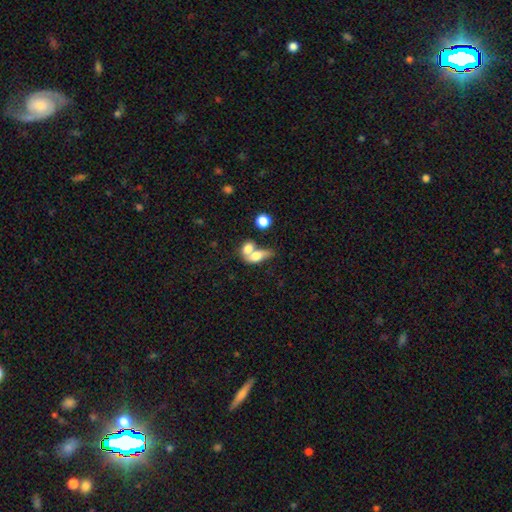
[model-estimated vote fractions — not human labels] smooth-or-featured: smooth: 68% | featured or disk: 23% | star or artifact: 9%
  how-rounded: in between: 73% | round: 17% | cigar-shaped: 10%
  merging: merger: 66% | none: 18% | major disturbance: 8% | minor disturbance: 8%